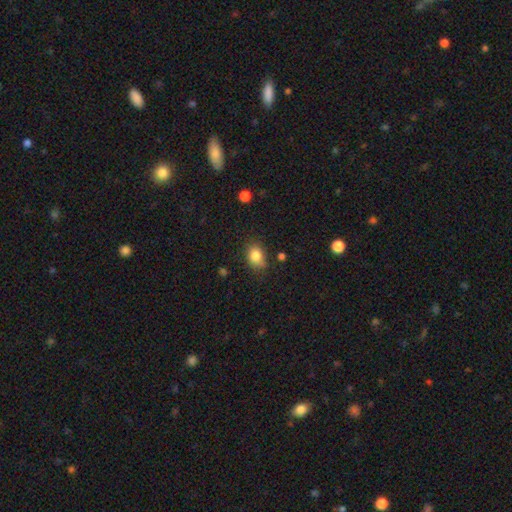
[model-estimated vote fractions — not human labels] This is clearly a smooth galaxy (85%). How rounded: likely in between (62%). Merging: likely none (73%).